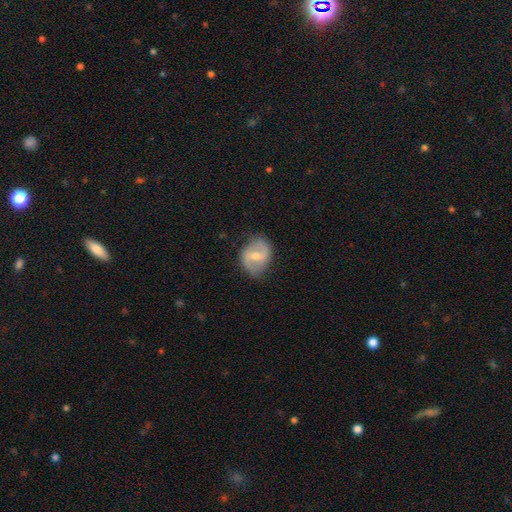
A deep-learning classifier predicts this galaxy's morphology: Overall: featured or disk (71%). Edge-on disk: no (97%). Bar: weak (51%; strong 32%). Spiral arms: yes (82%). Spiral arm count: 2 (88%). Spiral winding: medium (47%; loose 35%). Bulge size: moderate (55%; small 39%). Merging: none (78%).